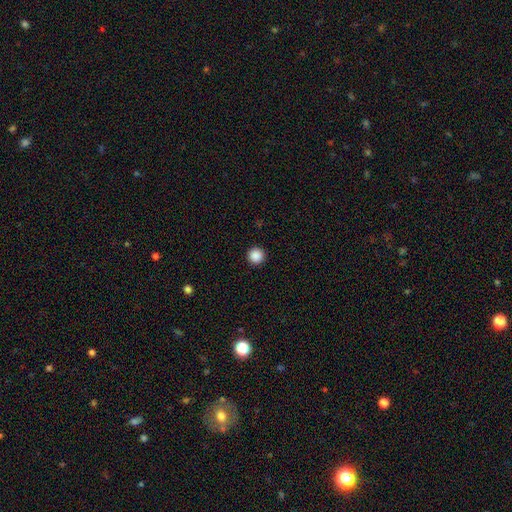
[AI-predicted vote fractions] smooth-or-featured: smooth: 88% | star or artifact: 9% | featured or disk: 2%
  how-rounded: round: 97% | in between: 2% | cigar-shaped: 1%
  merging: none: 94% | minor disturbance: 4% | major disturbance: 1% | merger: 1%